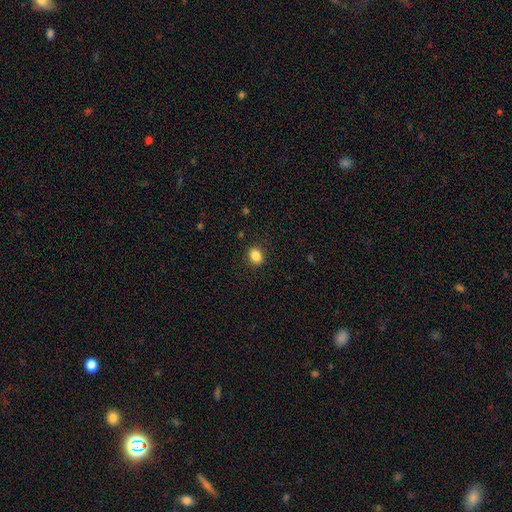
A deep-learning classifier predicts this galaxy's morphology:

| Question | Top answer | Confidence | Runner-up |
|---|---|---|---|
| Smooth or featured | smooth | 86% | star or artifact (10%) |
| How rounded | in between | 51% | round (48%) |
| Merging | none | 89% | minor disturbance (8%) |